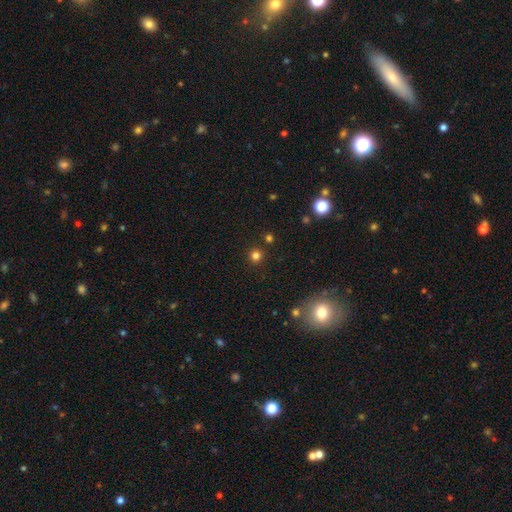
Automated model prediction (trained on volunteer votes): Q: Smooth or featured?
A: smooth (77%); runner-up: star or artifact (18%)
Q: How rounded?
A: round (94%); runner-up: in between (5%)
Q: Merging?
A: none (89%); runner-up: minor disturbance (5%)